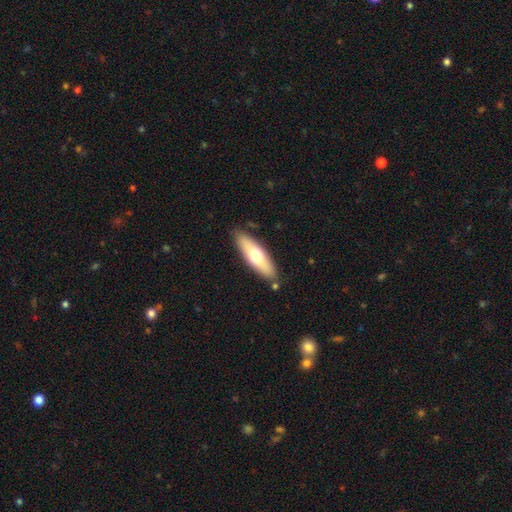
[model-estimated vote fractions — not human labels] Smooth or featured: smooth — 59% (featured or disk — 36%)
How rounded: cigar-shaped — 55% (in between — 43%)
Merging: none — 84% (minor disturbance — 11%)